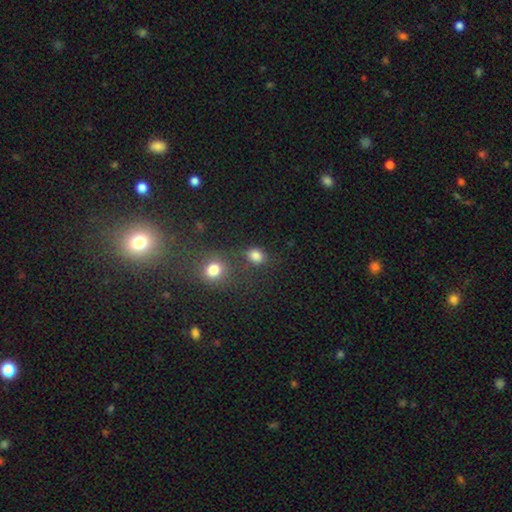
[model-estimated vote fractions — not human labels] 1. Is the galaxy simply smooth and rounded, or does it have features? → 81% smooth, 14% star or artifact, 5% featured or disk.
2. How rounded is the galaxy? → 69% round, 30% in between, 1% cigar-shaped.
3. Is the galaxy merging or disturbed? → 64% none, 17% merger, 12% minor disturbance, 7% major disturbance.